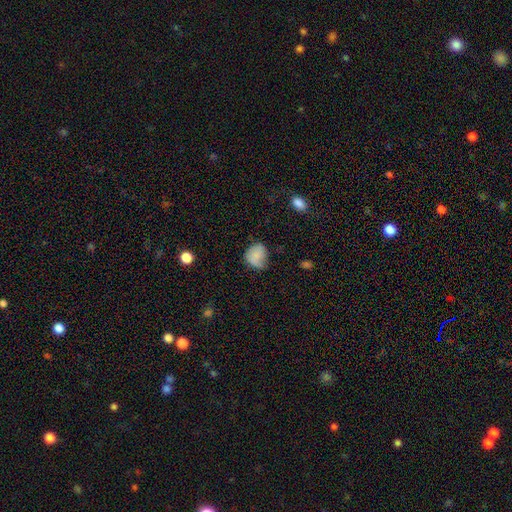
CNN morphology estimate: Overall: smooth (75%). How rounded: round (67%; in between 32%). Merging: none (52%; minor disturbance 35%).